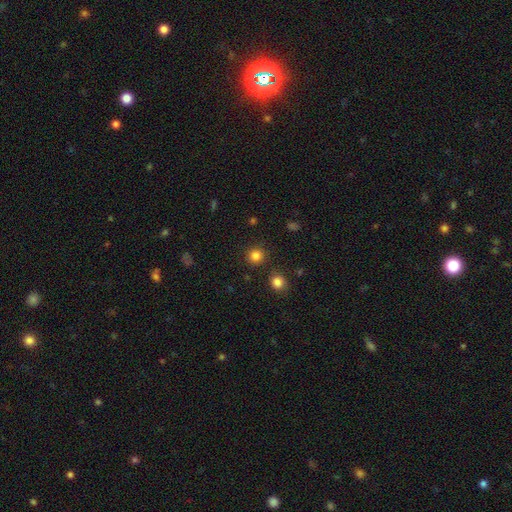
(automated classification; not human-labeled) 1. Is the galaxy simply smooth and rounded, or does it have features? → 83% smooth, 13% star or artifact, 4% featured or disk.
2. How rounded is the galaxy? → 93% round, 6% in between, 1% cigar-shaped.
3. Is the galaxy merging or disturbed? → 89% none, 6% minor disturbance, 3% merger, 2% major disturbance.